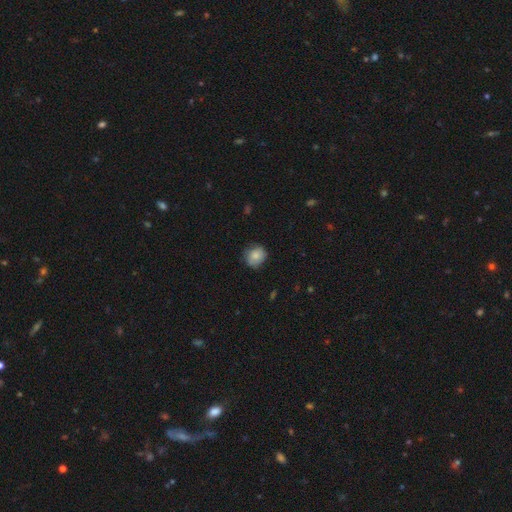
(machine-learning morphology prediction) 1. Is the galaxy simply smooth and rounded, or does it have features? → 82% smooth, 10% featured or disk, 8% star or artifact.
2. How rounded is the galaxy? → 79% round, 20% in between, 1% cigar-shaped.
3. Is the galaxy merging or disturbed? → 73% none, 21% minor disturbance, 4% major disturbance, 1% merger.